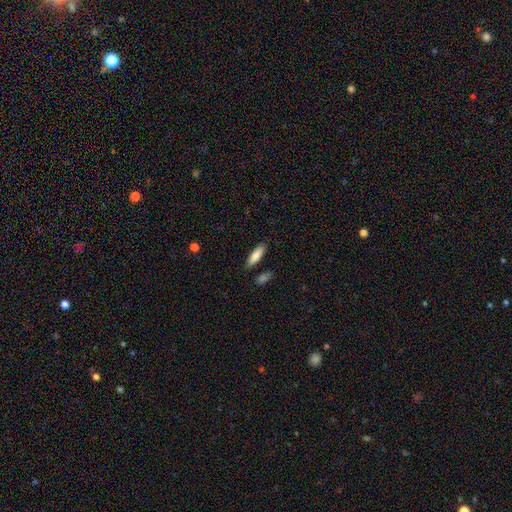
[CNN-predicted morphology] smooth 83%, featured or disk 11%, star or artifact 6%. Down the decision tree: how rounded — cigar-shaped (53%); merging — none (85%).